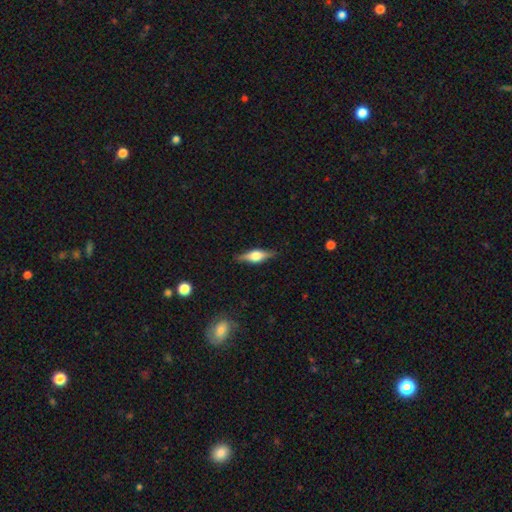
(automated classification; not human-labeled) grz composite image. It shows a featured or disk galaxy (70%) viewed edge-on (96%) with a rounded central bulge (90%). Merging: none (88%).